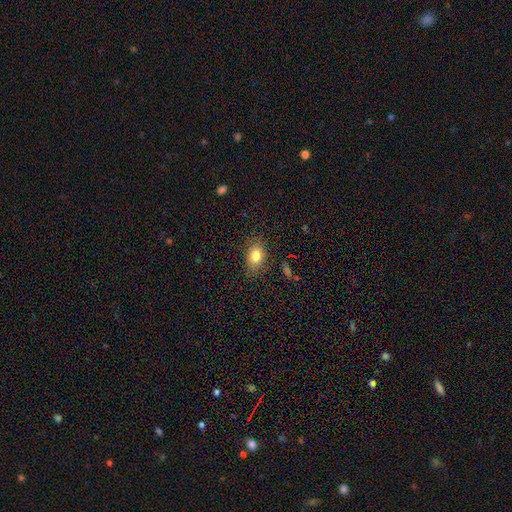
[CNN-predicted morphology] A smooth galaxy with no disk features (81%) that is in between round and cigar-shaped (76%). Merging: none (82%).